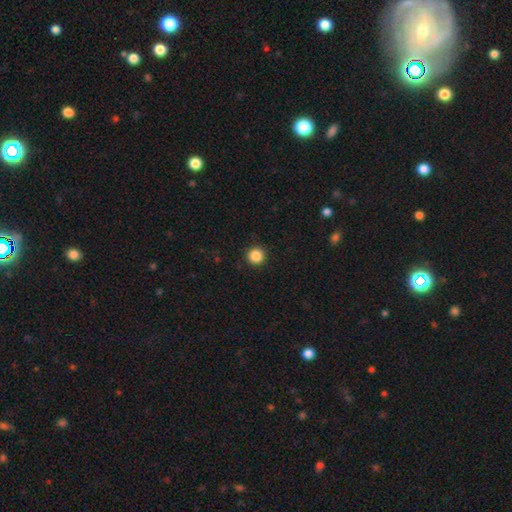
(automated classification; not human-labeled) smooth 87%, star or artifact 10%, featured or disk 3%. Down the decision tree: how rounded — round (96%); merging — none (93%).